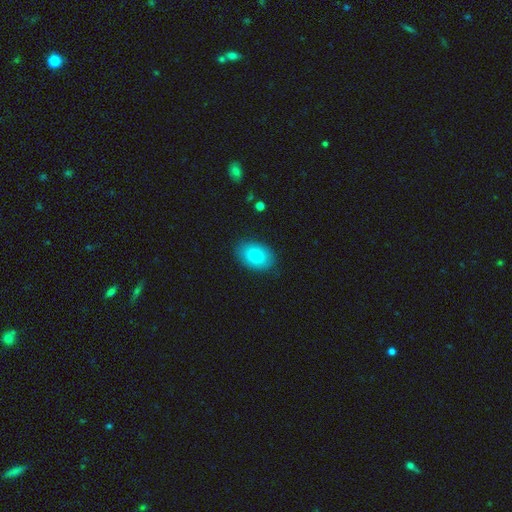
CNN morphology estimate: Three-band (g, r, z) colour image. It shows a smooth galaxy with no disk features (81%) that is in between round and cigar-shaped (85%). Merging: none (86%).